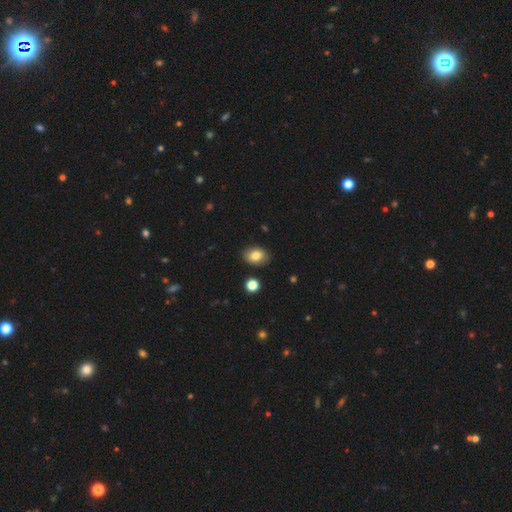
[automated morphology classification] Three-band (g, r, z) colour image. It shows a smooth galaxy with no disk features (82%) that is in between round and cigar-shaped (76%). Merging: none (85%).